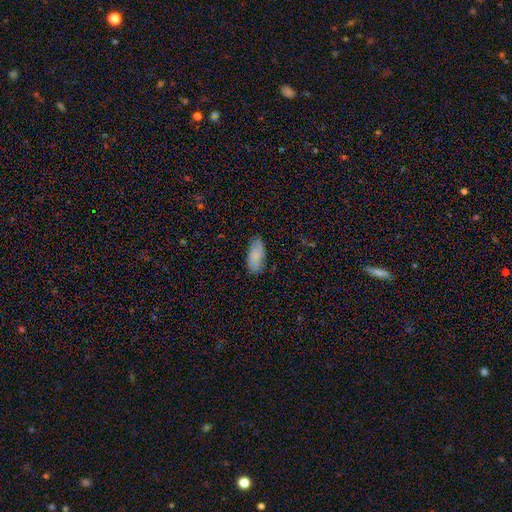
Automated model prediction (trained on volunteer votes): This appears to be a smooth galaxy with no disk features (81%) that is in between round and cigar-shaped (89%). Merging: none (80%).